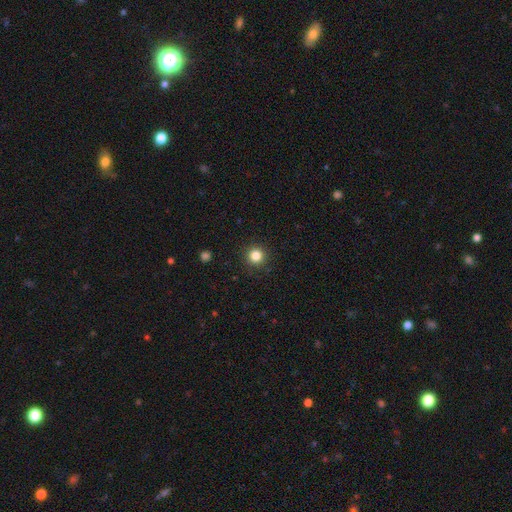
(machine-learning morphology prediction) A smooth galaxy with no disk features (83%) that is round (95%).

Vote fractions:
- Smooth or featured? smooth: 83% / star or artifact: 12% / featured or disk: 5%
- How rounded? round: 95% / in between: 4% / cigar-shaped: 1%
- Merging? none: 92% / minor disturbance: 5% / major disturbance: 2% / merger: 1%